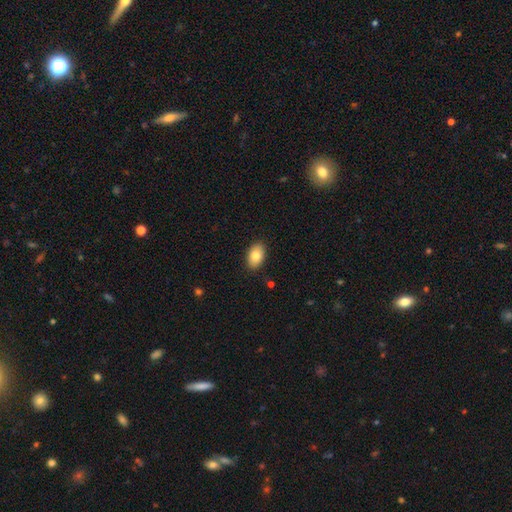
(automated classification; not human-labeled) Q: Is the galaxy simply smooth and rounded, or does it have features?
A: smooth — 82%.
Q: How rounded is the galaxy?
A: in between — 91%.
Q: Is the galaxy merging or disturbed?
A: none — 89%.